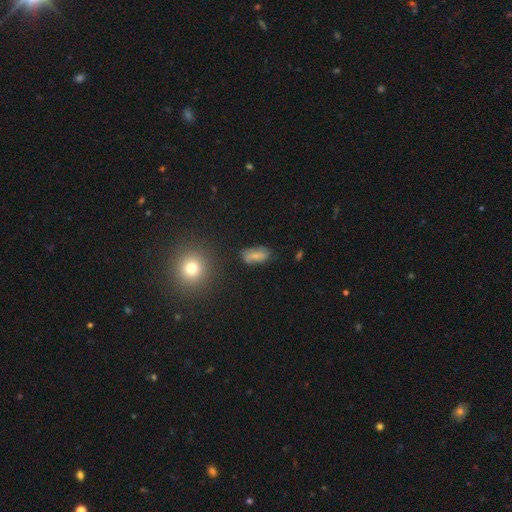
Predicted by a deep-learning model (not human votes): Smooth or featured: smooth — 60% (featured or disk — 28%)
How rounded: in between — 82% (cigar-shaped — 12%)
Merging: none — 66% (minor disturbance — 22%)